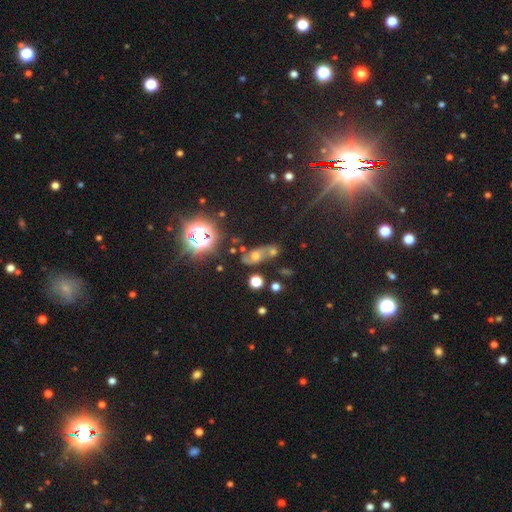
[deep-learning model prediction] A star or artifact, not a galaxy (38%).

Vote fractions:
- Smooth or featured? star or artifact: 38% / featured or disk: 36% / smooth: 26%